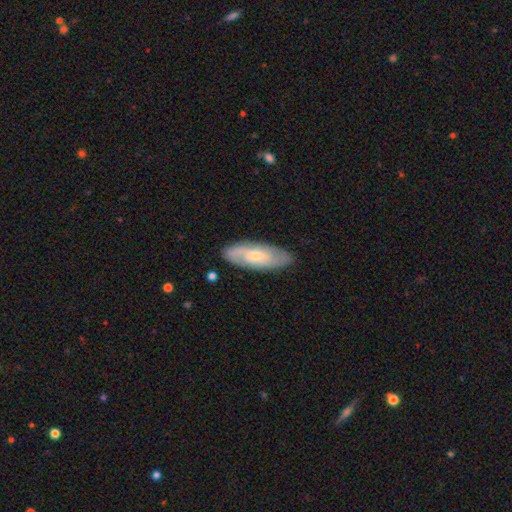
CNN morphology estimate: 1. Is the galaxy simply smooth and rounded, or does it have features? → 56% featured or disk, 39% smooth, 6% star or artifact.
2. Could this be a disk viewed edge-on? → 86% no, 14% yes.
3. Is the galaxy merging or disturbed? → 81% none, 14% minor disturbance, 3% major disturbance, 1% merger.